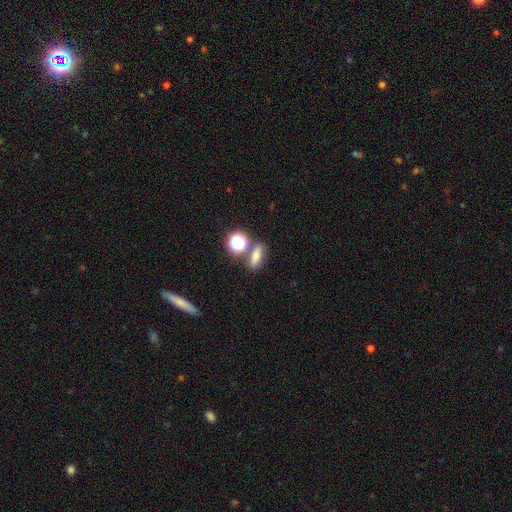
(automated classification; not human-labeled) A smooth galaxy with no disk features (65%) that is in between round and cigar-shaped (51%).

Vote fractions:
- Smooth or featured? smooth: 65% / star or artifact: 20% / featured or disk: 16%
- How rounded? in between: 51% / cigar-shaped: 24% / round: 24%
- Merging? none: 68% / merger: 16% / minor disturbance: 12% / major disturbance: 5%